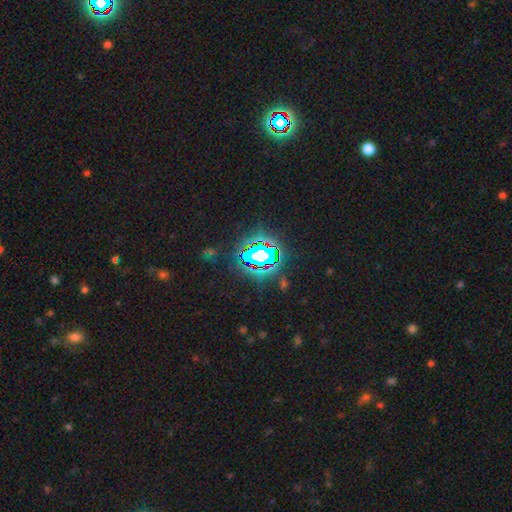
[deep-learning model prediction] star or artifact 75%, smooth 13%, featured or disk 12%.